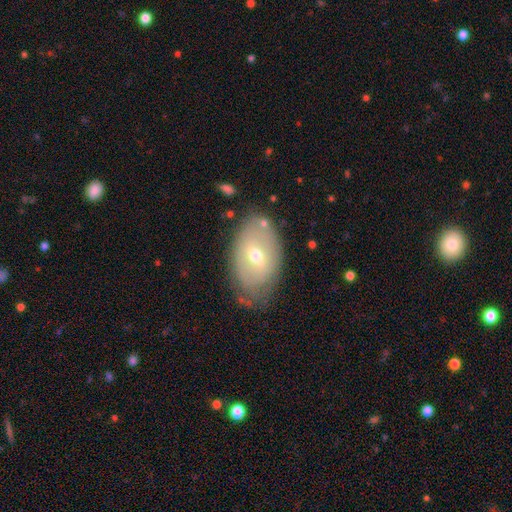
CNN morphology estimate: type=smooth (46%, tied with featured or disk); merging=none (68%).